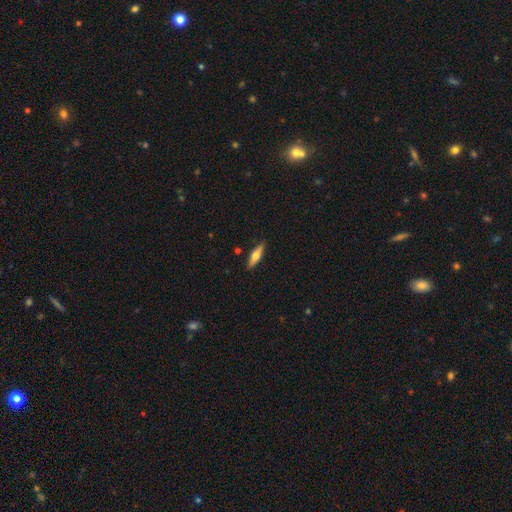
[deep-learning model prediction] Smooth or featured? smooth (48%)
Merging? none (89%)